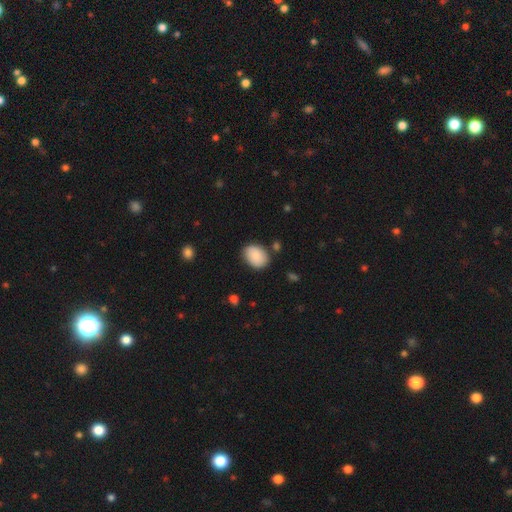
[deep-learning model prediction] Smooth or featured? smooth (85%)
How rounded? in between (74%)
Merging? none (79%)